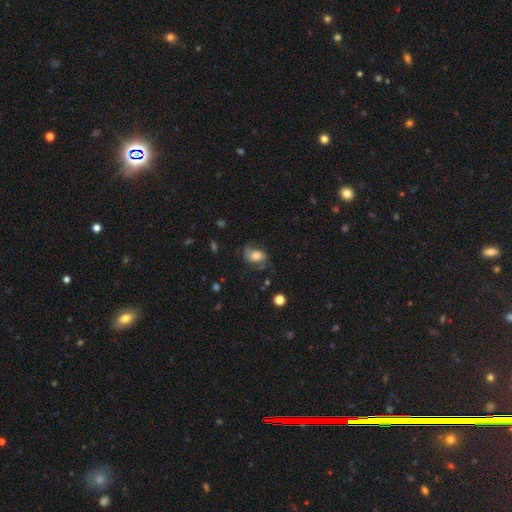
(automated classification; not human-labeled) Smooth or featured? Predicted: featured or disk (p=0.54). Edge-on disk? Predicted: no (p=0.97). Bar? Predicted: no (p=0.62). Spiral arms? Predicted: yes (p=0.88). Bulge size? Predicted: large (p=0.42). Merging? Predicted: none (p=0.61).